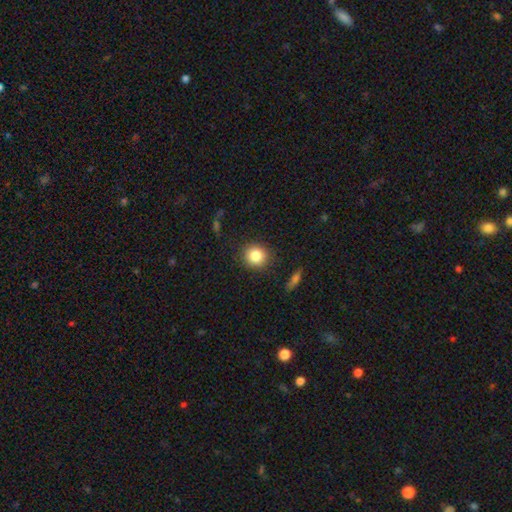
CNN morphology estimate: The model was most divided on "smooth or featured": smooth: 84%, star or artifact: 10%, featured or disk: 6%. More confident: how rounded — round (88%); merging — none (88%).